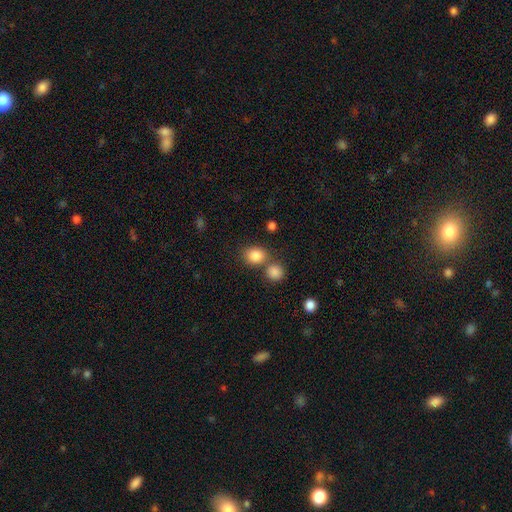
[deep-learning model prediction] smooth-or-featured: smooth: 85% | star or artifact: 10% | featured or disk: 5%
  how-rounded: round: 65% | in between: 34% | cigar-shaped: 1%
  merging: none: 59% | merger: 28% | minor disturbance: 10% | major disturbance: 4%